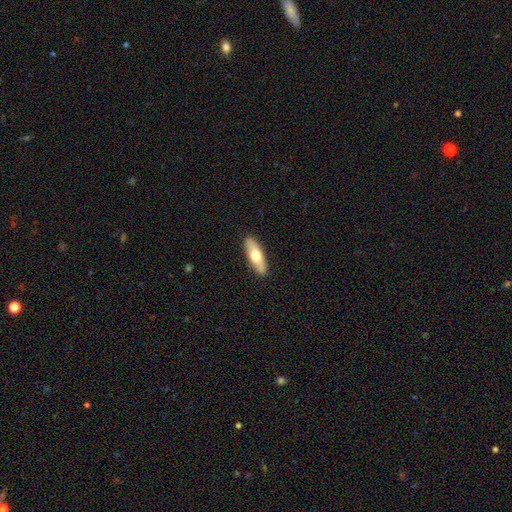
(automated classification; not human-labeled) smooth_or_featured: smooth (p=0.61) [alt: featured or disk p=0.34]
how_rounded: in between (p=0.50) [alt: cigar-shaped p=0.48]
merging: none (p=0.90) [alt: minor disturbance p=0.08]